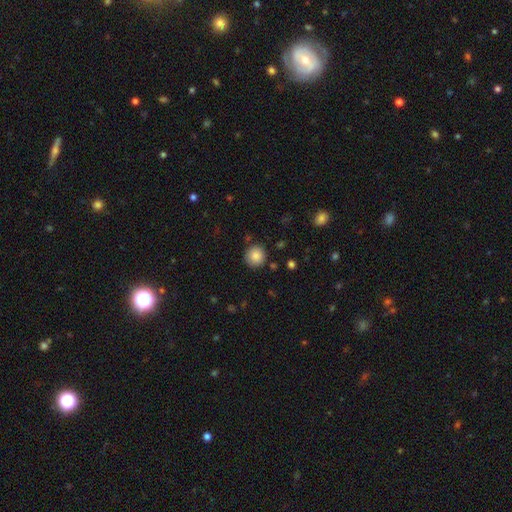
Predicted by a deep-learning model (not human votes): smooth-or-featured: smooth: 86% | star or artifact: 9% | featured or disk: 5%
  how-rounded: round: 92% | in between: 7% | cigar-shaped: 1%
  merging: none: 87% | minor disturbance: 9% | major disturbance: 2% | merger: 2%